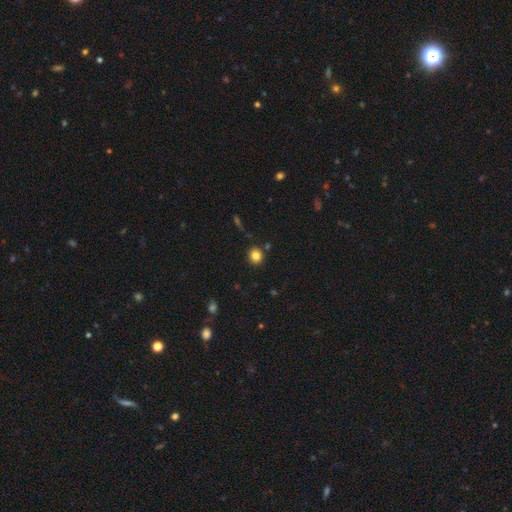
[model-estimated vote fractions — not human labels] smooth_or_featured: smooth (p=0.83) [alt: star or artifact p=0.12]
how_rounded: round (p=0.86) [alt: in between p=0.13]
merging: none (p=0.87) [alt: minor disturbance p=0.07]